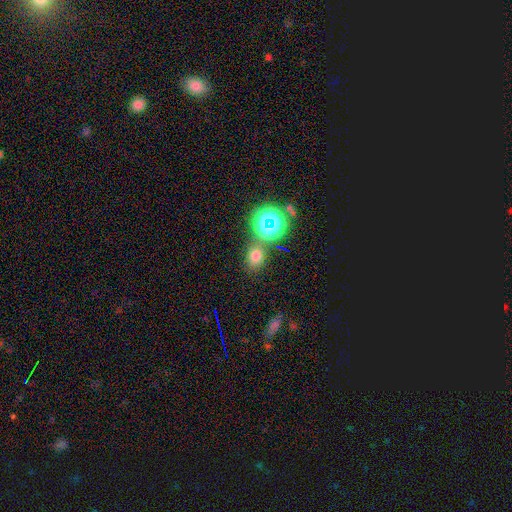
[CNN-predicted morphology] A smooth galaxy with no disk features (66%) that is round (56%).

Vote fractions:
- Smooth or featured? smooth: 66% / star or artifact: 26% / featured or disk: 8%
- How rounded? round: 56% / in between: 42% / cigar-shaped: 1%
- Merging? none: 72% / merger: 12% / minor disturbance: 11% / major disturbance: 4%